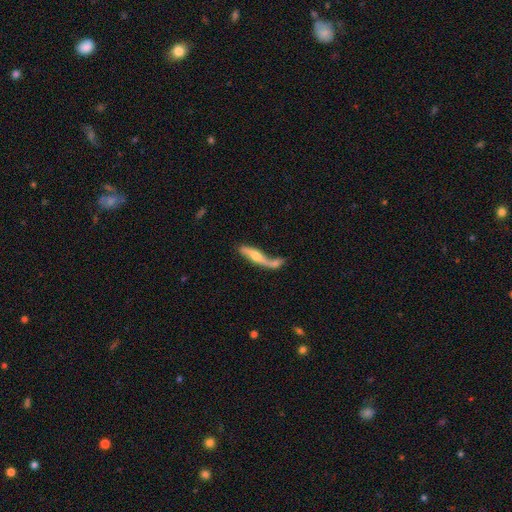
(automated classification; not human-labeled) Smooth or featured? Predicted: featured or disk (p=0.65). Edge-on disk? Predicted: yes (p=0.57). Merging? Predicted: none (p=0.34).